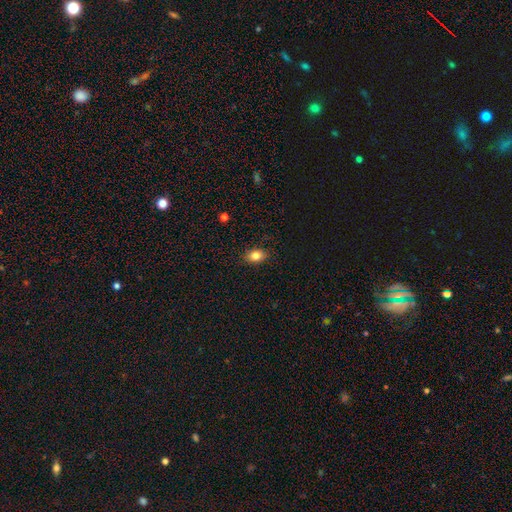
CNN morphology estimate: Smooth or featured: smooth — 84% (star or artifact — 10%)
How rounded: in between — 78% (round — 21%)
Merging: none — 87% (minor disturbance — 10%)